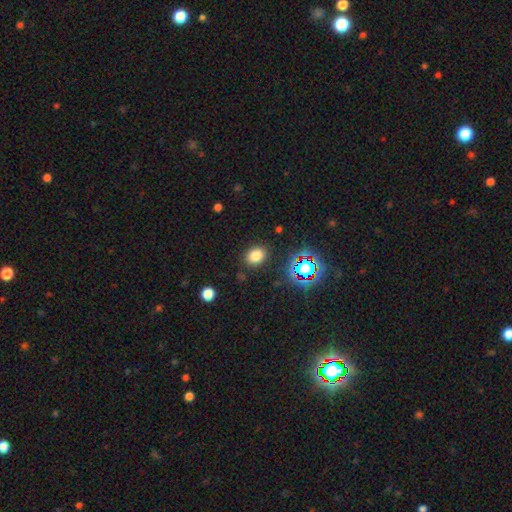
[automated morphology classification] Q: Smooth or featured?
A: smooth (77%); runner-up: star or artifact (17%)
Q: How rounded?
A: in between (58%); runner-up: round (41%)
Q: Merging?
A: none (85%); runner-up: minor disturbance (9%)